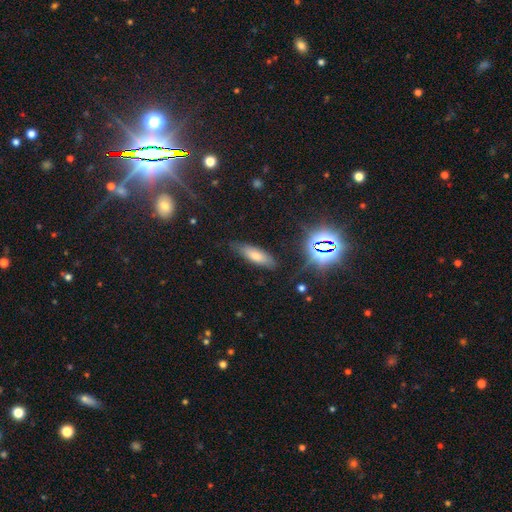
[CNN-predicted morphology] Overall: smooth (57%; star or artifact 23%). How rounded: in between (48%, tied with cigar-shaped). Merging: none (79%).